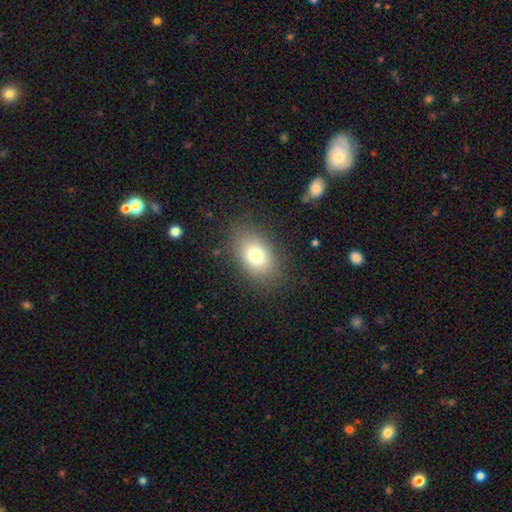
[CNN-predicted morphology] smooth-or-featured: smooth: 76% | featured or disk: 13% | star or artifact: 12%
  how-rounded: in between: 78% | round: 21% | cigar-shaped: 1%
  merging: none: 83% | minor disturbance: 11% | major disturbance: 5% | merger: 1%